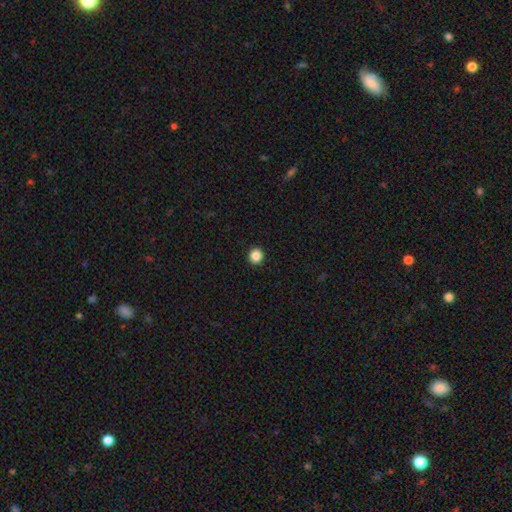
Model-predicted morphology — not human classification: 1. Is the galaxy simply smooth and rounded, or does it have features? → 86% smooth, 11% star or artifact, 3% featured or disk.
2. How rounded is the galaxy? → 95% round, 4% in between, 1% cigar-shaped.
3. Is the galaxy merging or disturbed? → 94% none, 4% minor disturbance, 1% major disturbance, 1% merger.